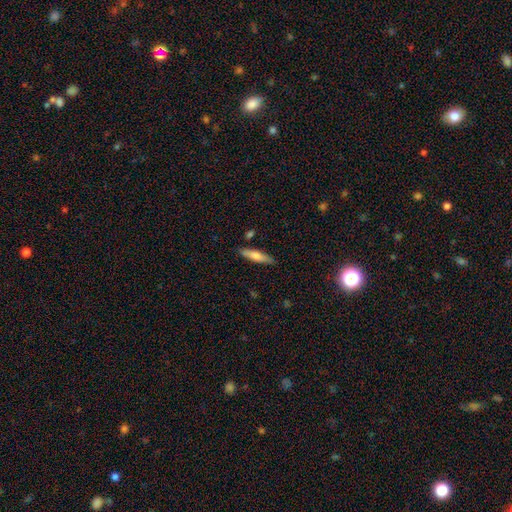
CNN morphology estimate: Q: Smooth or featured?
A: smooth (67%); runner-up: featured or disk (28%)
Q: How rounded?
A: cigar-shaped (78%); runner-up: in between (20%)
Q: Merging?
A: none (85%); runner-up: minor disturbance (10%)